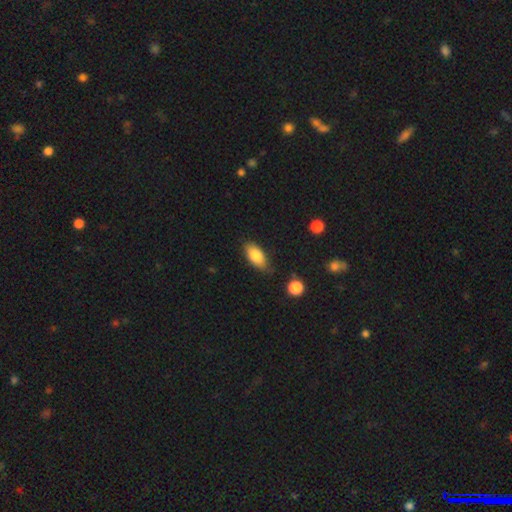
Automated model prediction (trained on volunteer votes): smooth 82%, featured or disk 11%, star or artifact 7%. Down the decision tree: how rounded — in between (90%); merging — none (75%).